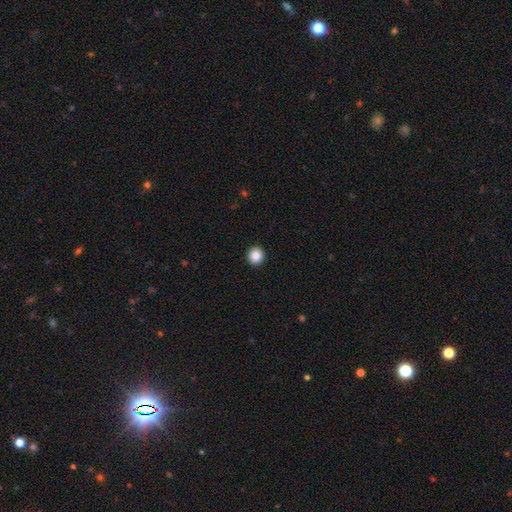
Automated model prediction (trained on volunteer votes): Smooth or featured? Predicted: smooth (p=0.87). How rounded? Predicted: round (p=0.93). Merging? Predicted: none (p=0.94).